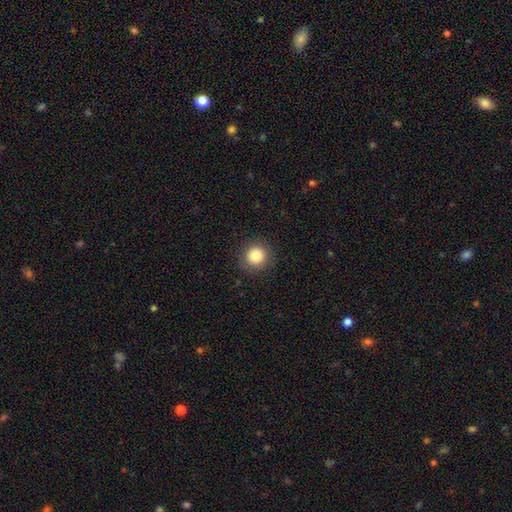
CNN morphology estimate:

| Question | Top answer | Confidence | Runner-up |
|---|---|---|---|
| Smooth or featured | smooth | 84% | star or artifact (10%) |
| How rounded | round | 94% | in between (5%) |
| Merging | none | 90% | minor disturbance (6%) |